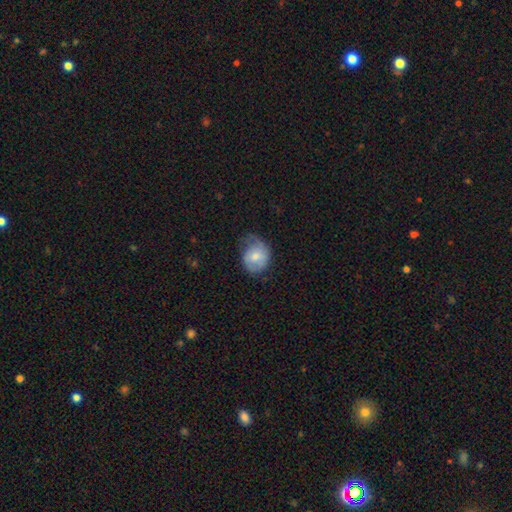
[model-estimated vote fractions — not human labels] smooth_or_featured: smooth (p=0.64) [alt: featured or disk p=0.29]
how_rounded: round (p=0.58) [alt: in between p=0.41]
merging: none (p=0.40) [alt: minor disturbance p=0.38]